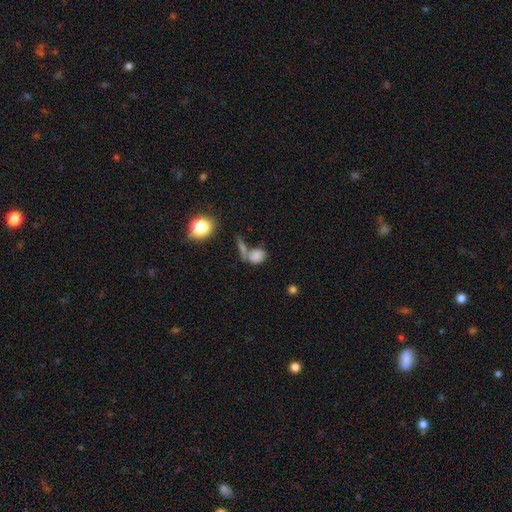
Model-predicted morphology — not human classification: smooth-or-featured: smooth: 77% | star or artifact: 12% | featured or disk: 11%
  how-rounded: in between: 59% | round: 37% | cigar-shaped: 4%
  merging: merger: 42% | none: 35% | minor disturbance: 13% | major disturbance: 10%